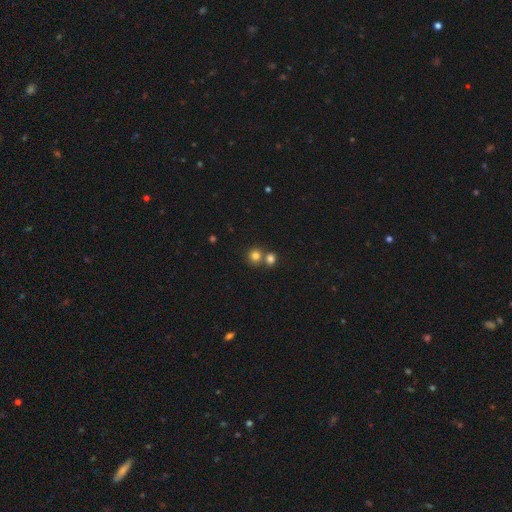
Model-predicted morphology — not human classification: smooth_or_featured: smooth (p=0.80) [alt: star or artifact p=0.13]
how_rounded: round (p=0.86) [alt: in between p=0.13]
merging: none (p=0.54) [alt: merger p=0.37]